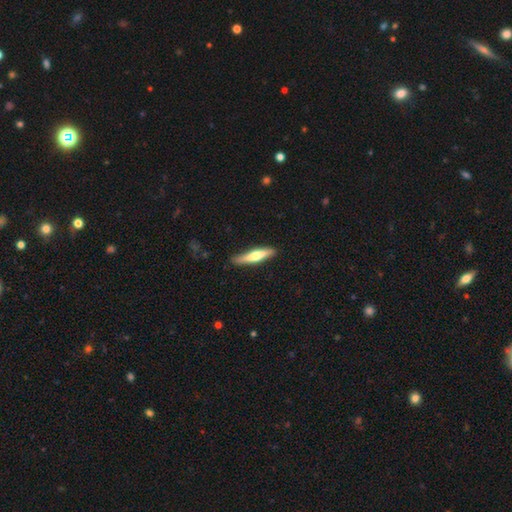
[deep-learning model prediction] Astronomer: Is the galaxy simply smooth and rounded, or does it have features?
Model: smooth — 51% (runner-up: featured or disk, 44%).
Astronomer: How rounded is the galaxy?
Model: cigar-shaped — 85%.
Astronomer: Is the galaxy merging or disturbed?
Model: none — 86%.